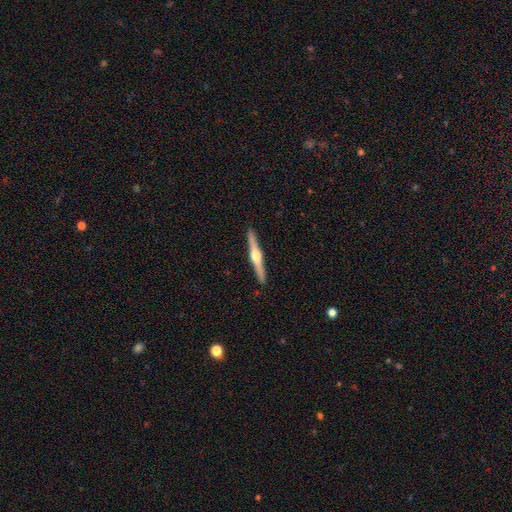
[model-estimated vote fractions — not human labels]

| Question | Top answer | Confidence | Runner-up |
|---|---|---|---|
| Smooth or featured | featured or disk | 76% | smooth (19%) |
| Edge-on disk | yes | 98% | no (2%) |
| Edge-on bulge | rounded | 94% | boxy (4%) |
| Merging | none | 92% | minor disturbance (5%) |